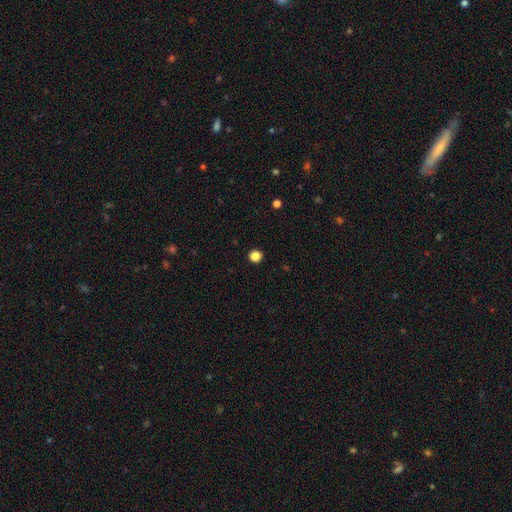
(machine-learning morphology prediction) smooth-or-featured: smooth: 85% | star or artifact: 12% | featured or disk: 3%
  how-rounded: round: 95% | in between: 4% | cigar-shaped: 1%
  merging: none: 93% | minor disturbance: 4% | major disturbance: 2% | merger: 1%